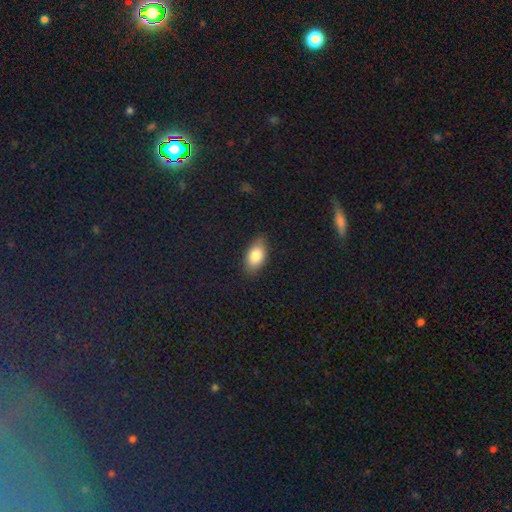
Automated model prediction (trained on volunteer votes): This is clearly a smooth galaxy (82%). How rounded: clearly in between (90%). Merging: clearly none (82%).